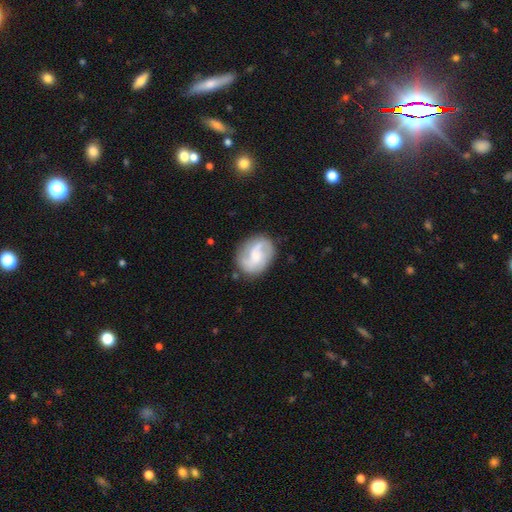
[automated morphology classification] A featured or disk galaxy (72%) with a weak bar (46%), 2 (73%) medium (47%) spiral arms (93%) and a small central bulge (38%).

Vote fractions:
- Smooth or featured? featured or disk: 72% / smooth: 22% / star or artifact: 6%
- Edge-on disk? no: 98% / yes: 2%
- Bar? weak: 46% / no: 44% / strong: 10%
- Spiral arms? yes: 93% / no: 7%
- Spiral winding? medium: 47% / loose: 33% / tight: 20%
- Spiral arm count? 2: 73% / 3: 11% / can't tell: 9% / 1: 4% / 4: 2% / more than 4: 2%
- Bulge size? small: 38% / moderate: 37% / none: 15% / large: 8% / dominant: 2%
- Merging? none: 74% / minor disturbance: 17% / major disturbance: 7% / merger: 2%